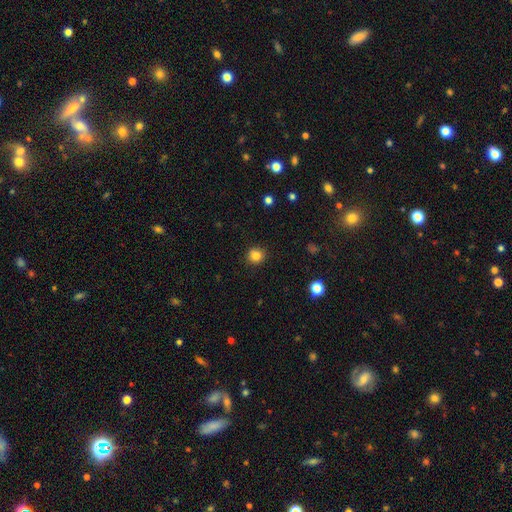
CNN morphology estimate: Smooth or featured?
  - smooth: 83% *
  - star or artifact: 12%
  - featured or disk: 5%
How rounded?
  - round: 89% *
  - in between: 10%
  - cigar-shaped: 1%
Merging?
  - none: 90% *
  - minor disturbance: 7%
  - major disturbance: 2%
  - merger: 1%